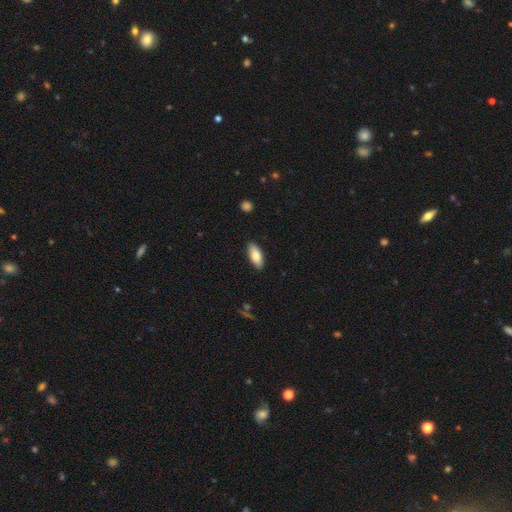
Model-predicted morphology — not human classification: A smooth galaxy with no disk features (77%) that is in between round and cigar-shaped (85%).

Vote fractions:
- Smooth or featured? smooth: 77% / featured or disk: 16% / star or artifact: 6%
- How rounded? in between: 85% / cigar-shaped: 13% / round: 2%
- Merging? none: 89% / minor disturbance: 9% / major disturbance: 2% / merger: 1%